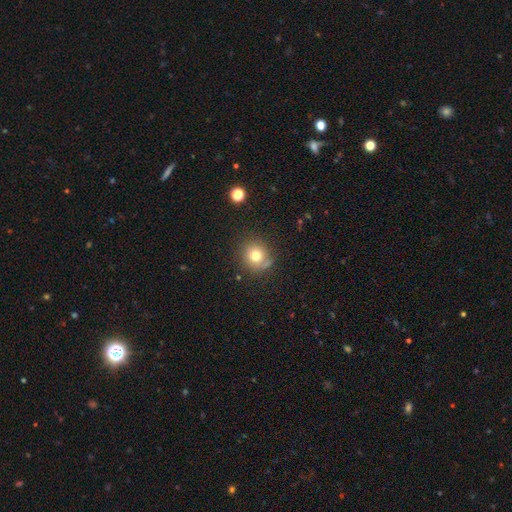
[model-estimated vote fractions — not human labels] A smooth galaxy with no disk features (75%) that is round (89%). Merging: none (77%).